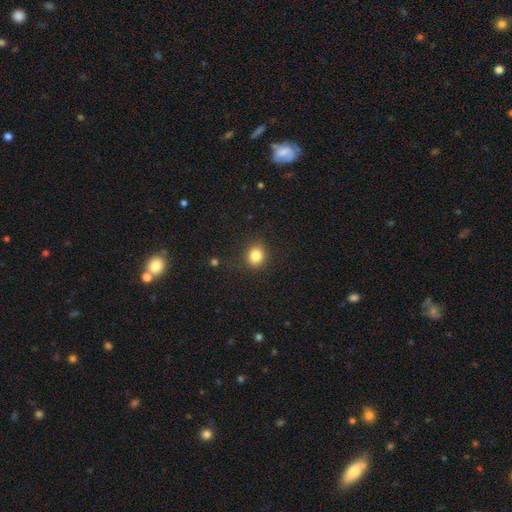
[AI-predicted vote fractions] This is clearly a smooth galaxy (83%). How rounded: likely round (75%). Merging: clearly none (86%).